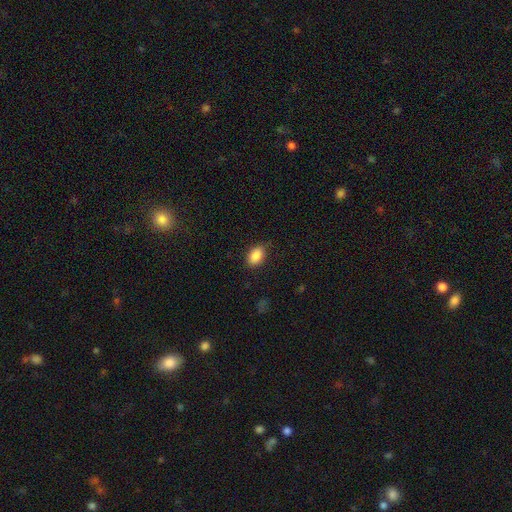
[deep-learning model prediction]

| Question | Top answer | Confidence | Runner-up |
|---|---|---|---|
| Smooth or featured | smooth | 88% | star or artifact (8%) |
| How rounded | in between | 82% | round (17%) |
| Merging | none | 81% | minor disturbance (15%) |